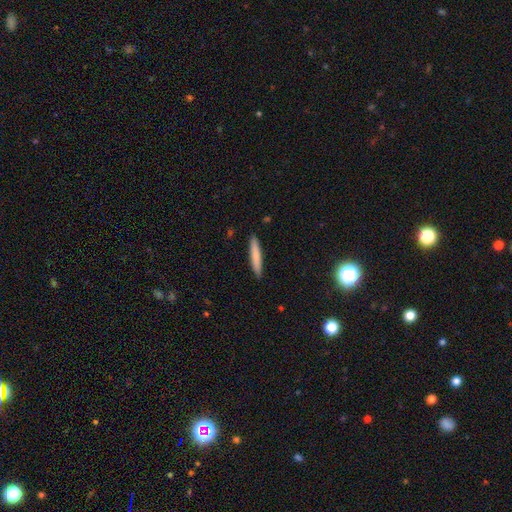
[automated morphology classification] smooth 79%, featured or disk 15%, star or artifact 6%. Down the decision tree: how rounded — cigar-shaped (93%); merging — none (91%).